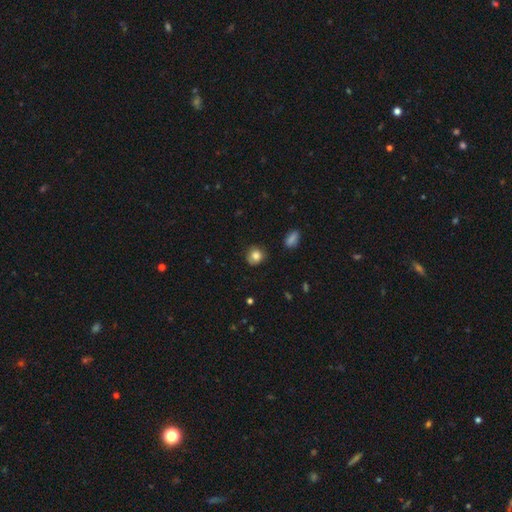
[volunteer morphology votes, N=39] Volunteers were most divided on "smooth or featured": smooth: 74%, featured or disk: 18%, star or artifact: 8%. More confident: how rounded — round (90%); merging — none (75%).